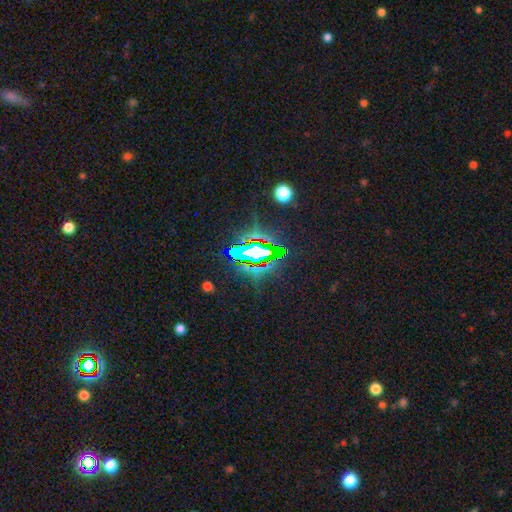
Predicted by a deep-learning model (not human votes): Morphology: type=star or artifact (73%).